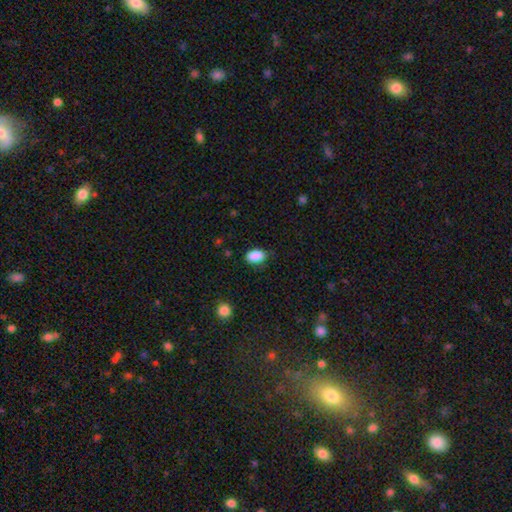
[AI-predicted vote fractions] Smooth or featured? smooth (89%)
How rounded? in between (90%)
Merging? none (81%)